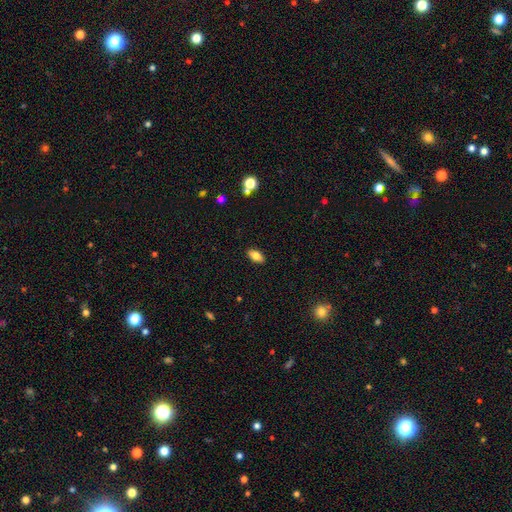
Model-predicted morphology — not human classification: Smooth or featured: smooth — 79% (featured or disk — 13%)
How rounded: in between — 88% (cigar-shaped — 8%)
Merging: none — 89% (minor disturbance — 8%)